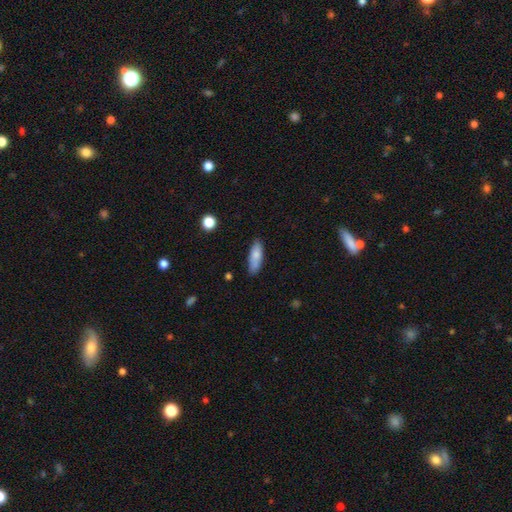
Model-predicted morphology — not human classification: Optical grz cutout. It shows a smooth galaxy with no disk features (80%) that is in between round and cigar-shaped (61%). Merging: none (75%).